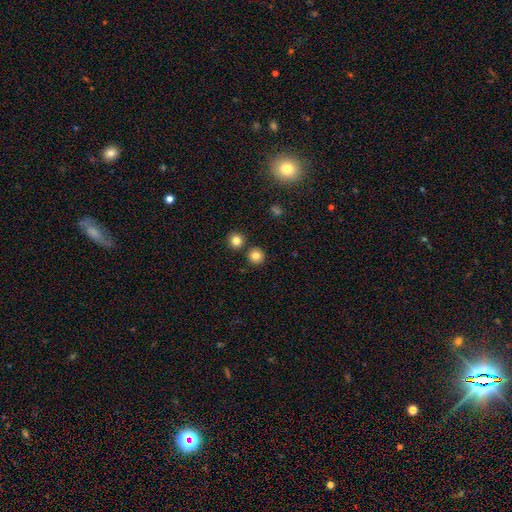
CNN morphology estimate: This is clearly a smooth galaxy (82%). How rounded: clearly round (94%). Merging: clearly none (85%).